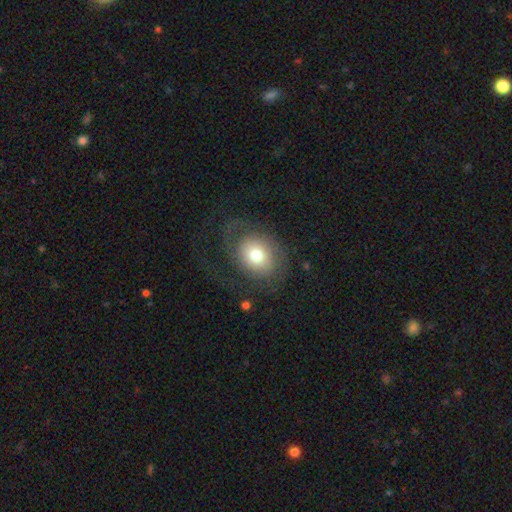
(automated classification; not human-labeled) Q: Smooth or featured?
A: smooth (48%); runner-up: featured or disk (43%)
Q: Merging?
A: none (57%); runner-up: major disturbance (24%)